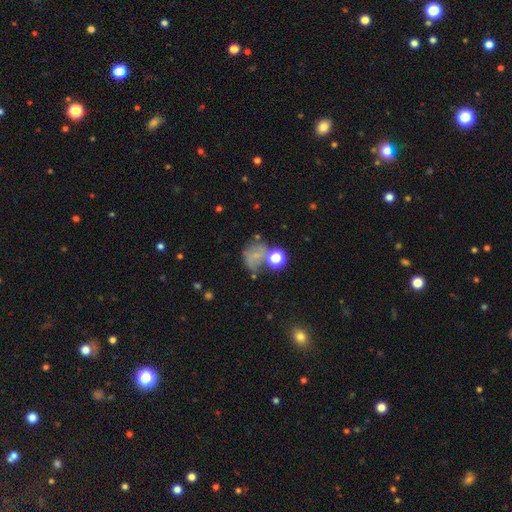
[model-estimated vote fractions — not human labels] This is possibly a smooth galaxy (53%). How rounded: possibly round (59%). Merging: marginally none (40%).